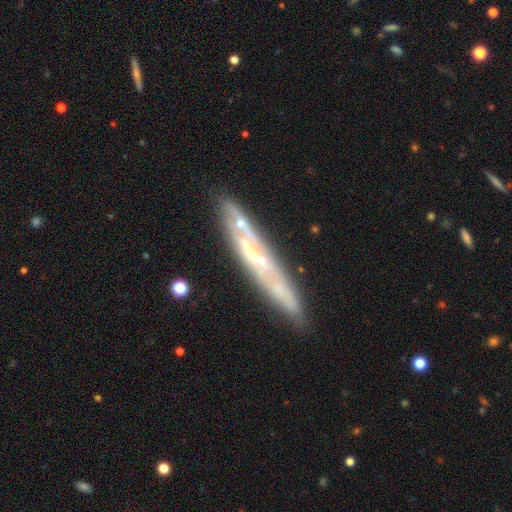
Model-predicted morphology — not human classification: Overall: featured or disk (68%). Edge-on disk: yes (72%). Merging: none (76%).